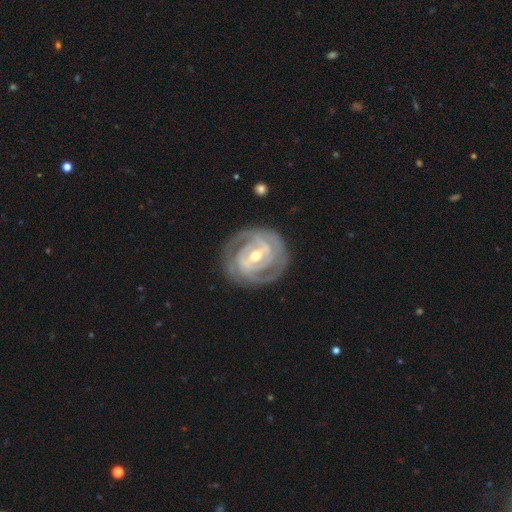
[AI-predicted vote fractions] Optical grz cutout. It shows a featured or disk galaxy (88%) with a strong bar (43%), 2 (52%) tight (72%) spiral arms (93%) and a moderate central bulge (64%). Merging: none (80%).